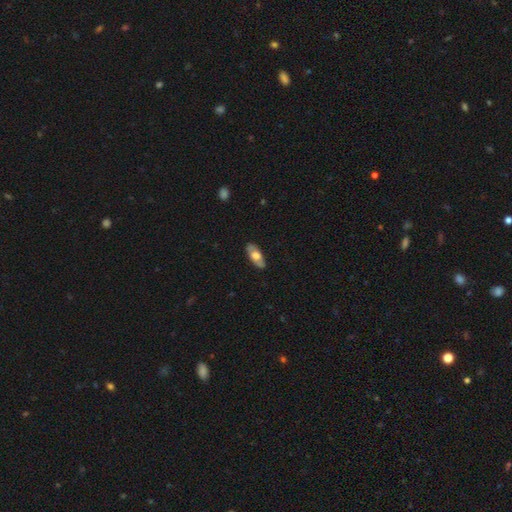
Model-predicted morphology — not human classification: smooth 57%, featured or disk 38%, star or artifact 5%. Down the decision tree: how rounded — in between (84%); merging — none (85%).